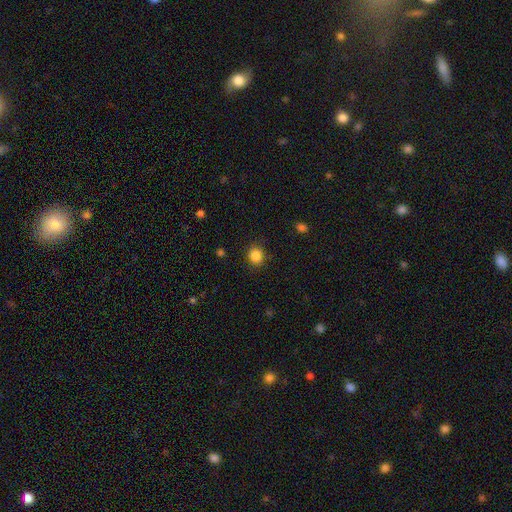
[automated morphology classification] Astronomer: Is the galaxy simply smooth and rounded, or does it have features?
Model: smooth — 86%.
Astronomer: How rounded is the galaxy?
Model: round — 79%.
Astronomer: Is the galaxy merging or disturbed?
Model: none — 87%.